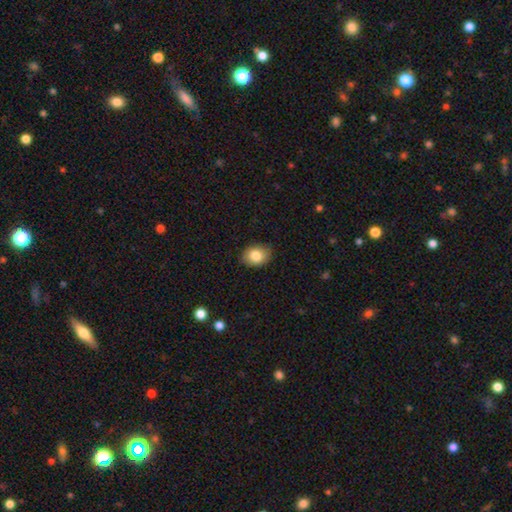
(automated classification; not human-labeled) This is clearly a smooth galaxy (83%). How rounded: likely in between (67%). Merging: clearly none (85%).